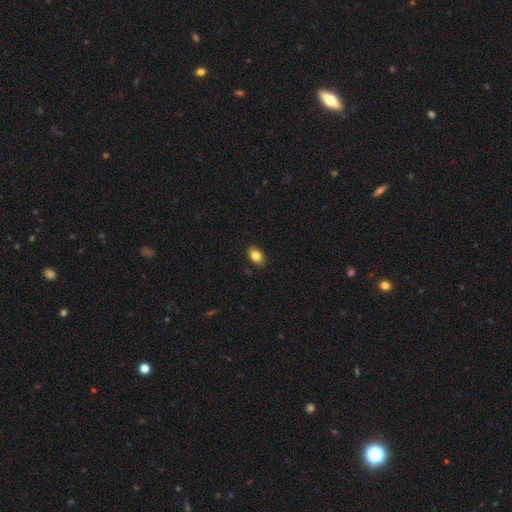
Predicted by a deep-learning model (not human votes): This is clearly a smooth galaxy (85%). How rounded: clearly in between (82%). Merging: clearly none (88%).